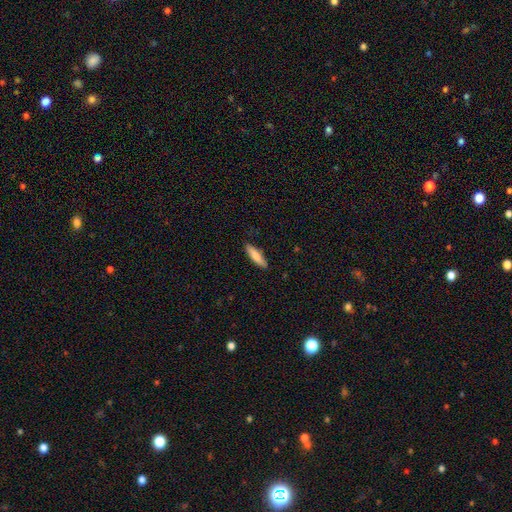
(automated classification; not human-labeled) smooth 81%, featured or disk 14%, star or artifact 5%. Down the decision tree: how rounded — cigar-shaped (69%); merging — none (87%).